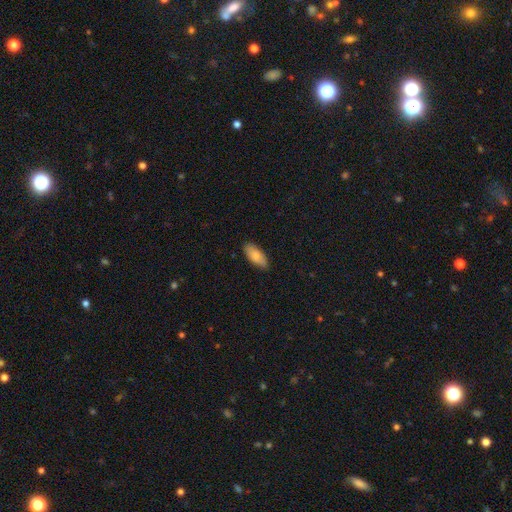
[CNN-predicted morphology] smooth_or_featured: smooth (p=0.83) [alt: featured or disk p=0.11]
how_rounded: in between (p=0.83) [alt: cigar-shaped p=0.15]
merging: none (p=0.88) [alt: minor disturbance p=0.10]